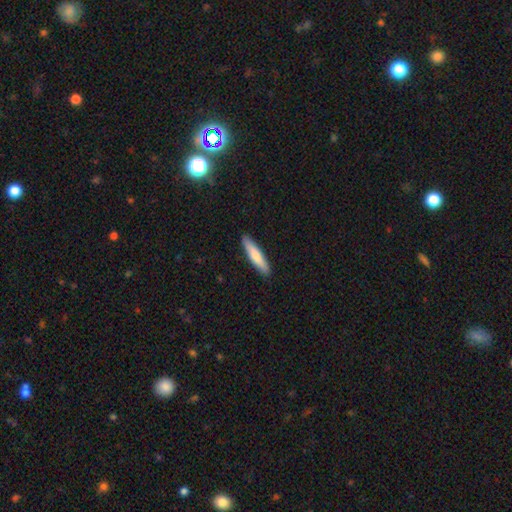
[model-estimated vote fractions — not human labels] smooth-or-featured: smooth: 76% | featured or disk: 19% | star or artifact: 5%
  how-rounded: cigar-shaped: 87% | in between: 12% | round: 1%
  merging: none: 90% | minor disturbance: 7% | major disturbance: 1% | merger: 1%